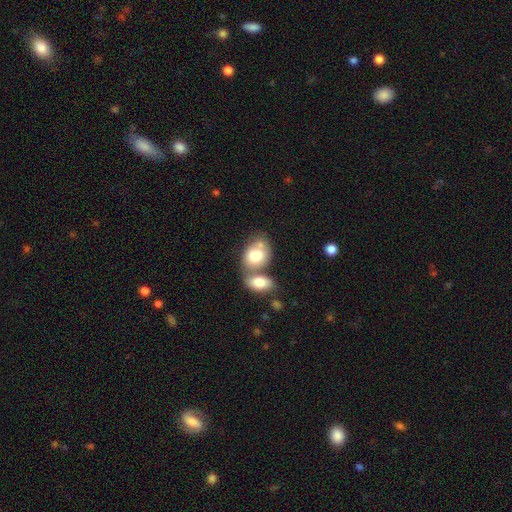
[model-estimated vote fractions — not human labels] Smooth or featured? smooth (74%)
How rounded? in between (70%)
Merging? merger (59%)